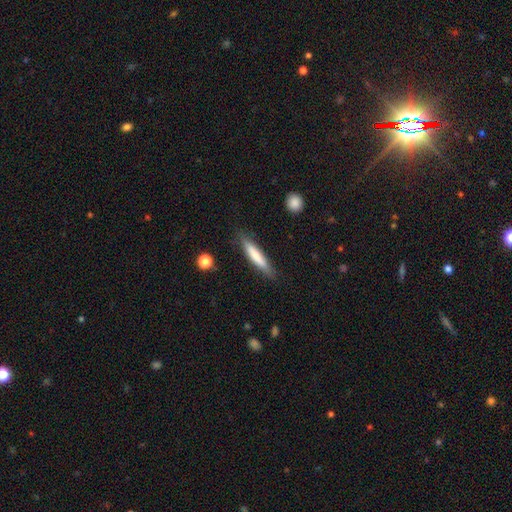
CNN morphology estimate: Smooth or featured?
  - smooth: 73% *
  - featured or disk: 21%
  - star or artifact: 6%
How rounded?
  - cigar-shaped: 88% *
  - in between: 11%
  - round: 1%
Merging?
  - none: 84% *
  - minor disturbance: 12%
  - major disturbance: 2%
  - merger: 1%